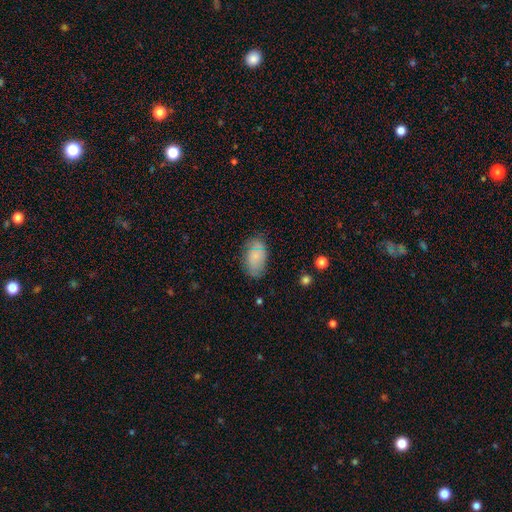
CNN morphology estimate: Q: Smooth or featured?
A: smooth (72%); runner-up: featured or disk (19%)
Q: How rounded?
A: in between (93%); runner-up: round (5%)
Q: Merging?
A: none (70%); runner-up: minor disturbance (22%)